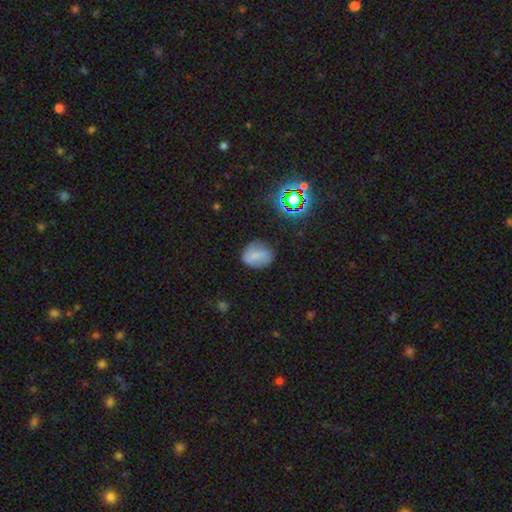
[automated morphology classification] This appears to be a smooth galaxy with no disk features (63%) that is in between round and cigar-shaped (54%). Merging: none (72%).